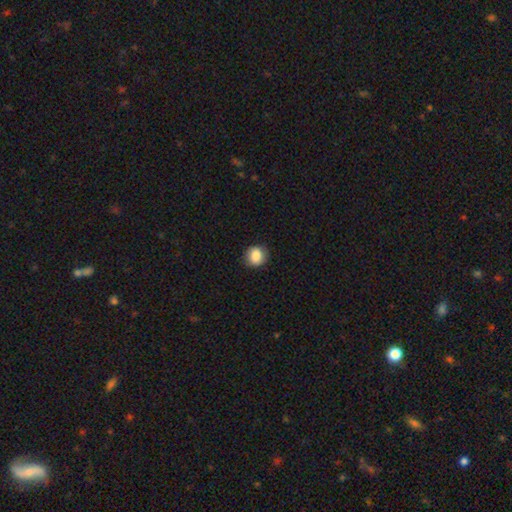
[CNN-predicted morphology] This is clearly a smooth galaxy (85%). How rounded: clearly round (84%). Merging: clearly none (87%).